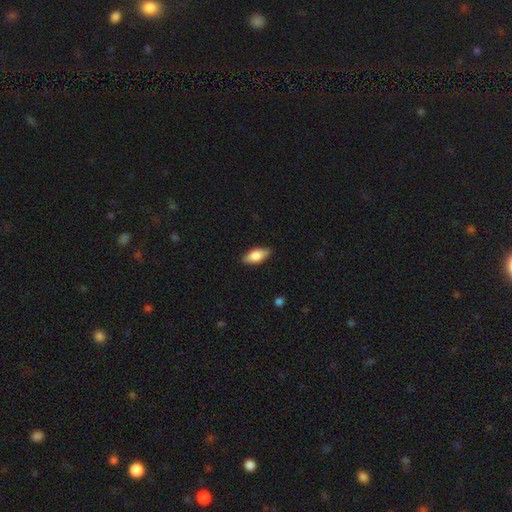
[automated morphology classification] Smooth or featured: smooth — 77% (featured or disk — 17%)
How rounded: in between — 85% (cigar-shaped — 12%)
Merging: none — 88% (minor disturbance — 10%)